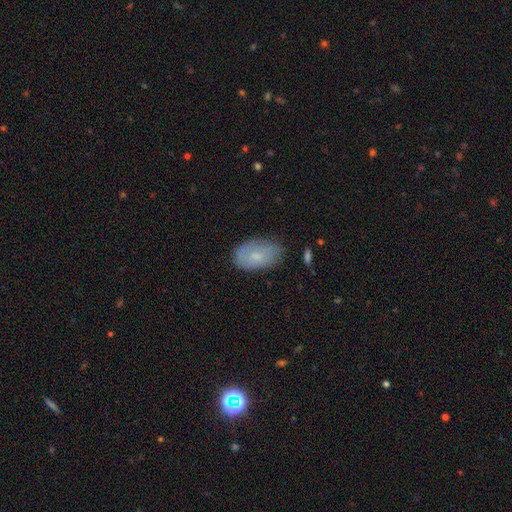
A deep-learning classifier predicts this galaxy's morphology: Smooth or featured? smooth (67%)
How rounded? in between (92%)
Merging? none (72%)